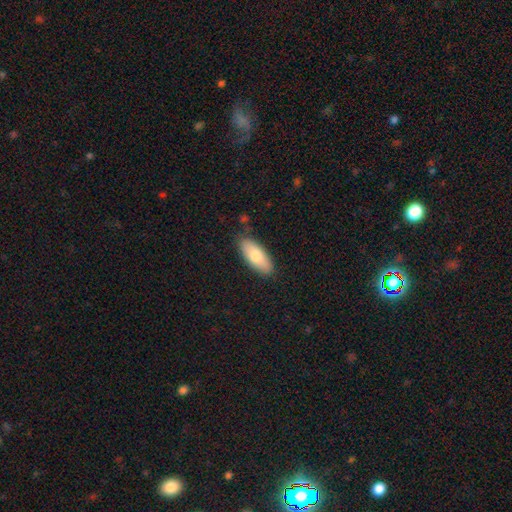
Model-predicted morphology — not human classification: Smooth or featured: smooth — 76% (featured or disk — 18%)
How rounded: in between — 79% (cigar-shaped — 19%)
Merging: none — 85% (minor disturbance — 12%)